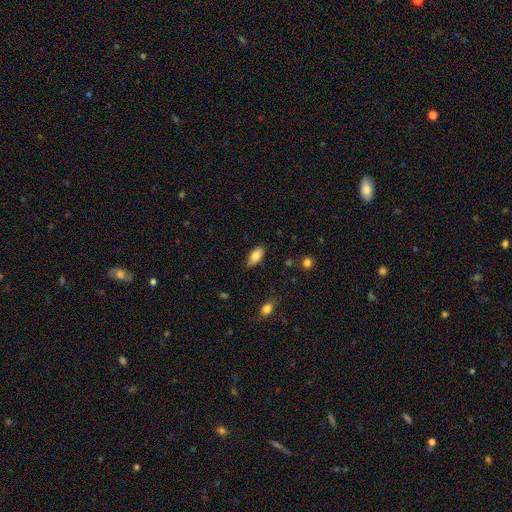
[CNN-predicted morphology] Q: Smooth or featured?
A: smooth (80%); runner-up: featured or disk (13%)
Q: How rounded?
A: in between (89%); runner-up: cigar-shaped (7%)
Q: Merging?
A: none (79%); runner-up: minor disturbance (17%)